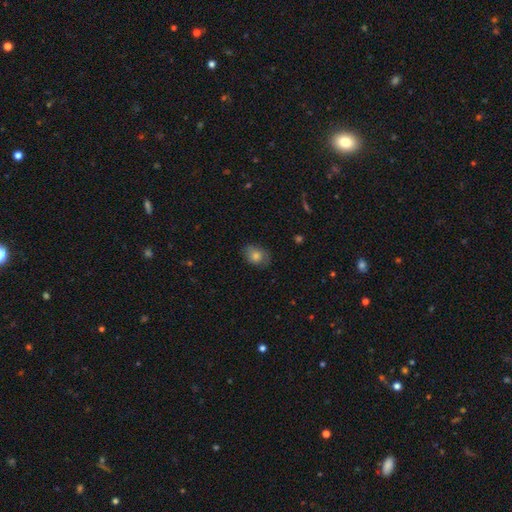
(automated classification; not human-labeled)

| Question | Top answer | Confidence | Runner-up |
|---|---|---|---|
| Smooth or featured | smooth | 76% | featured or disk (14%) |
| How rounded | in between | 59% | round (40%) |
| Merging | none | 70% | minor disturbance (22%) |